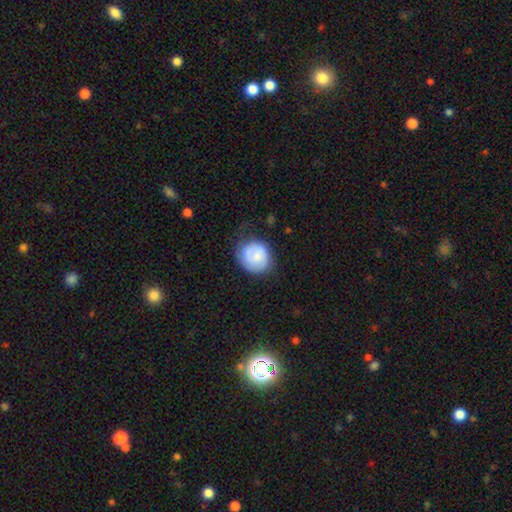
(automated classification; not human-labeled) smooth_or_featured: smooth (p=0.59) [alt: featured or disk p=0.34]
how_rounded: round (p=0.77) [alt: in between p=0.22]
merging: none (p=0.56) [alt: minor disturbance p=0.28]